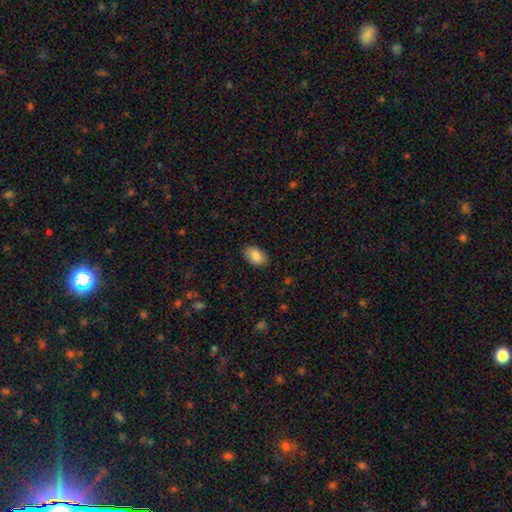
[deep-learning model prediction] A smooth galaxy with no disk features (87%) that is in between round and cigar-shaped (93%).

Vote fractions:
- Smooth or featured? smooth: 87% / featured or disk: 7% / star or artifact: 6%
- How rounded? in between: 93% / round: 6% / cigar-shaped: 1%
- Merging? none: 87% / minor disturbance: 10% / major disturbance: 2% / merger: 1%